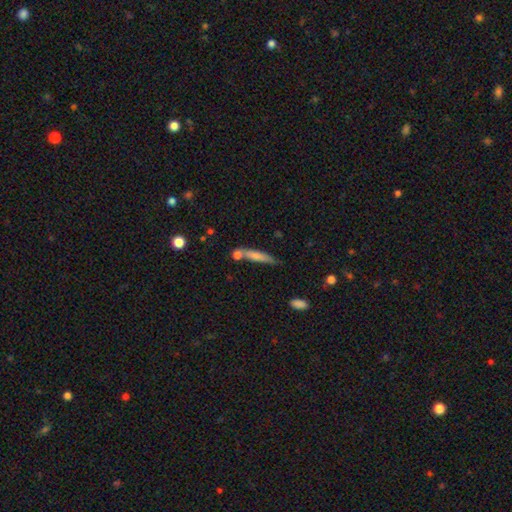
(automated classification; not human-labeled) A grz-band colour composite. It shows a smooth galaxy with no disk features (67%) that is cigar-shaped (87%). Merging: none (60%).